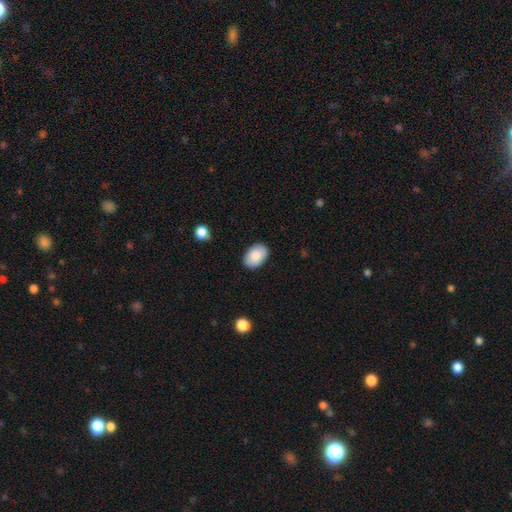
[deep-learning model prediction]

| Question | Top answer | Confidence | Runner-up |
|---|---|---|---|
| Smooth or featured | smooth | 85% | featured or disk (9%) |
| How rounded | in between | 89% | round (10%) |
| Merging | none | 87% | minor disturbance (10%) |